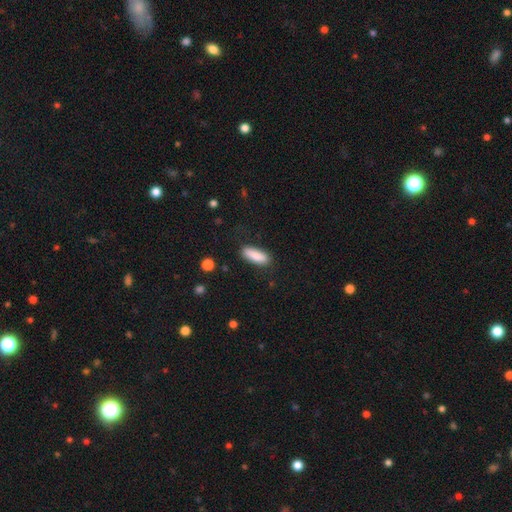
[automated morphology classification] A smooth galaxy with no disk features (86%) that is in between round and cigar-shaped (60%).

Vote fractions:
- Smooth or featured? smooth: 86% / featured or disk: 7% / star or artifact: 6%
- How rounded? in between: 60% / cigar-shaped: 38% / round: 2%
- Merging? none: 83% / minor disturbance: 12% / major disturbance: 3% / merger: 2%